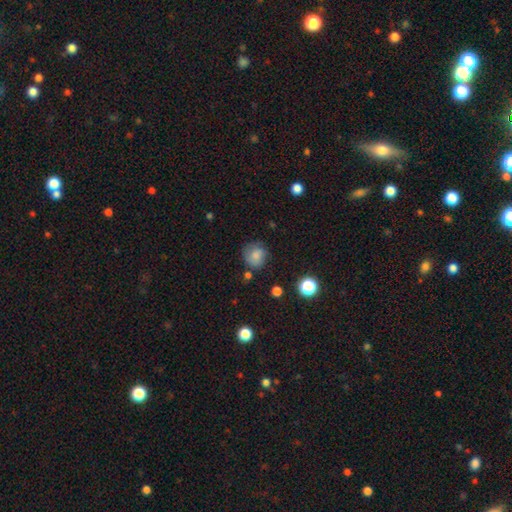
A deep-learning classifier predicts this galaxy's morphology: Smooth or featured: smooth — 76% (featured or disk — 13%)
How rounded: round — 83% (in between — 16%)
Merging: none — 68% (minor disturbance — 22%)